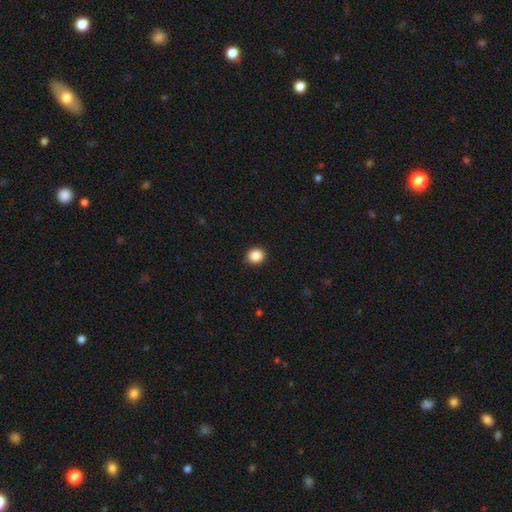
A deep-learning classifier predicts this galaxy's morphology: Overall: smooth (87%). How rounded: round (81%). Merging: none (89%).